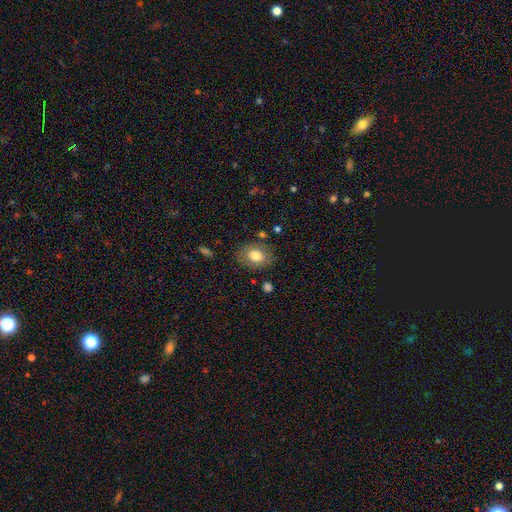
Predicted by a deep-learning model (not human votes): Smooth or featured: smooth — 77% (featured or disk — 15%)
How rounded: in between — 61% (round — 38%)
Merging: none — 80% (minor disturbance — 13%)